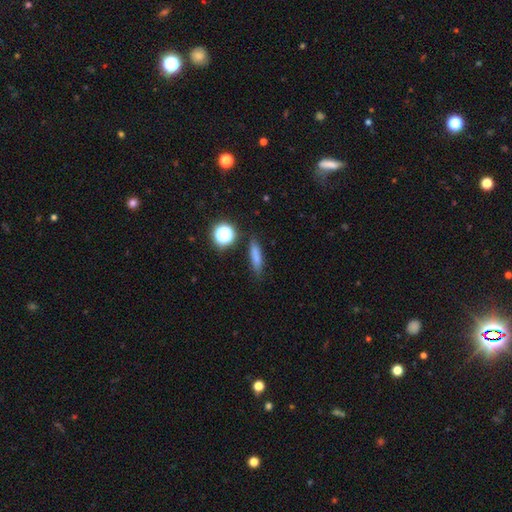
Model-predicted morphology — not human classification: Smooth or featured: smooth — 75% (star or artifact — 13%)
How rounded: cigar-shaped — 68% (in between — 23%)
Merging: none — 81% (minor disturbance — 12%)